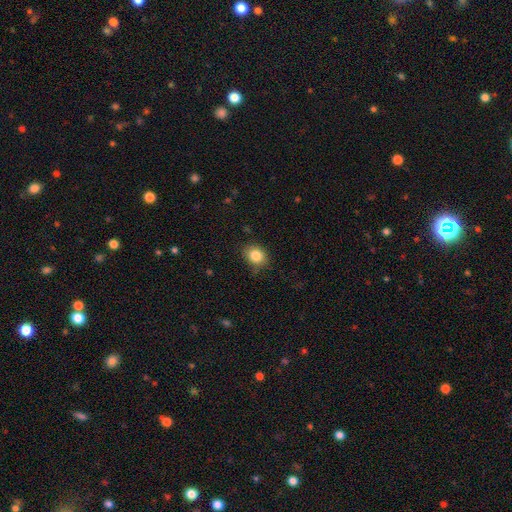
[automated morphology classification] The model was most divided on "how rounded": in between: 52%, round: 47%, cigar-shaped: 1%. More confident: smooth or featured — smooth (84%); merging — none (81%).